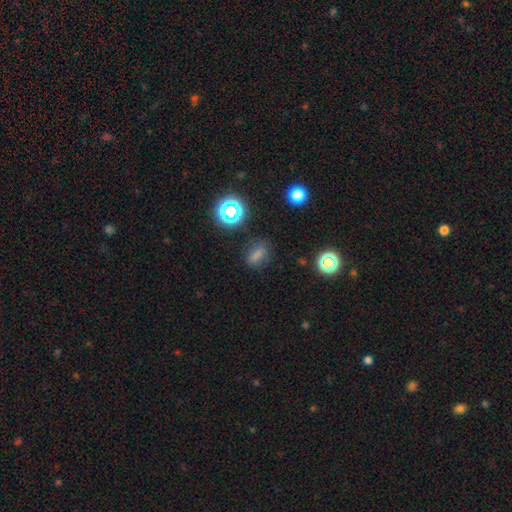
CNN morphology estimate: A smooth galaxy with no disk features (69%) that is in between round and cigar-shaped (68%).

Vote fractions:
- Smooth or featured? smooth: 69% / star or artifact: 23% / featured or disk: 9%
- How rounded? in between: 68% / round: 23% / cigar-shaped: 9%
- Merging? none: 79% / minor disturbance: 13% / major disturbance: 5% / merger: 2%